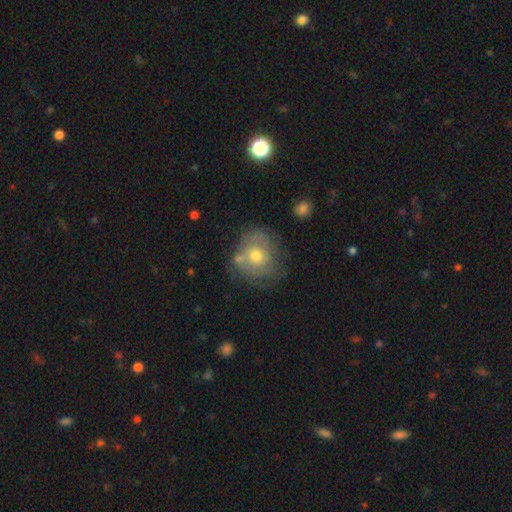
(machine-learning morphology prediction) type=featured or disk (51%); edge-on=no (96%); merging=none (58%).